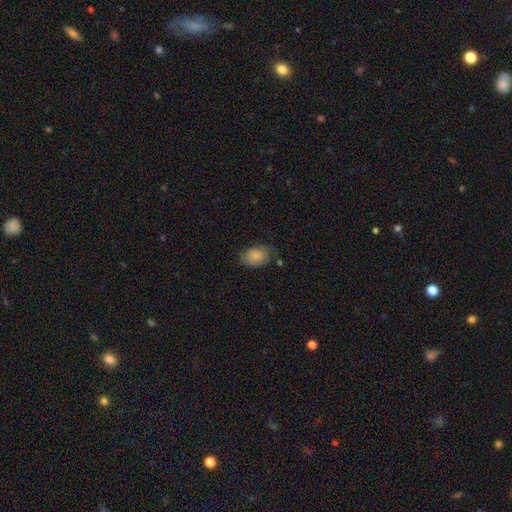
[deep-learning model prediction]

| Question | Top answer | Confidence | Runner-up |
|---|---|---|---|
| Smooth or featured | smooth | 84% | featured or disk (9%) |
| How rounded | in between | 83% | round (16%) |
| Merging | none | 66% | minor disturbance (25%) |